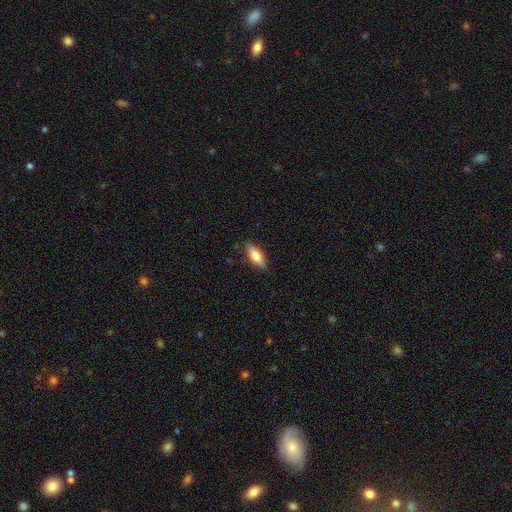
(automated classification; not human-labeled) smooth 67%, featured or disk 27%, star or artifact 6%. Down the decision tree: how rounded — in between (65%); merging — none (83%).